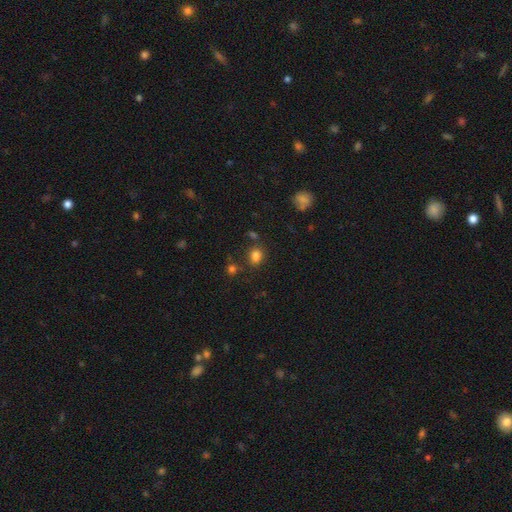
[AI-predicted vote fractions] smooth 80%, star or artifact 15%, featured or disk 5%. Down the decision tree: how rounded — in between (58%); merging — none (72%).